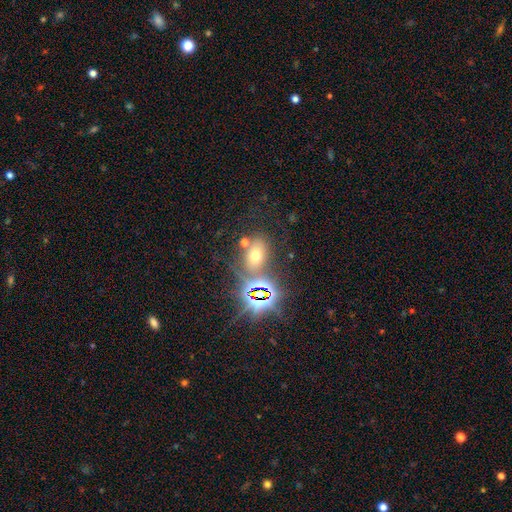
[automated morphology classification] The model was most divided on "smooth or featured": smooth: 50%, star or artifact: 36%, featured or disk: 14%. More confident: how rounded — in between (74%); merging — none (67%).